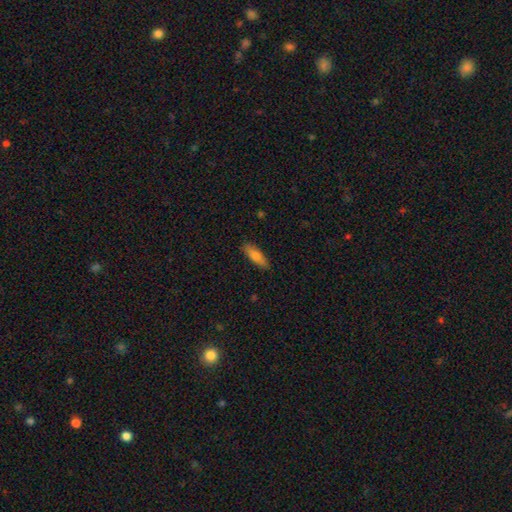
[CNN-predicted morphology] The model was most divided on "how rounded": in between: 51%, cigar-shaped: 47%, round: 2%. More confident: merging — none (87%); smooth or featured — smooth (74%).